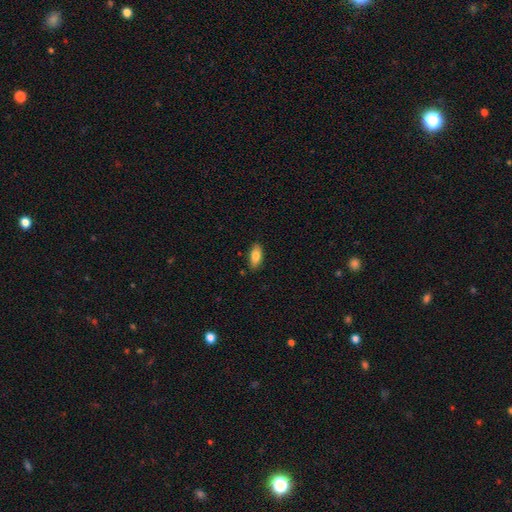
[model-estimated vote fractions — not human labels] This appears to be a smooth galaxy with no disk features (78%) that is in between round and cigar-shaped (87%). Merging: none (85%).